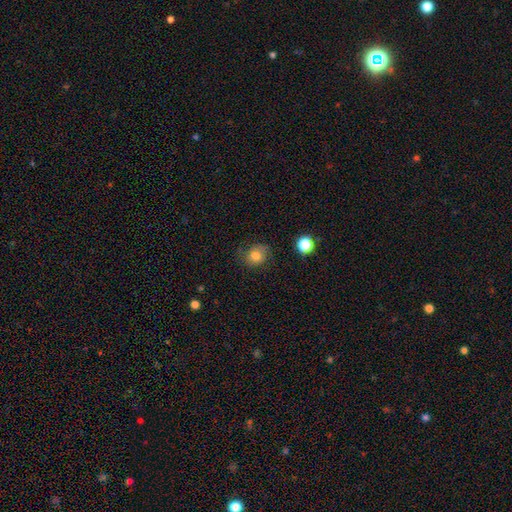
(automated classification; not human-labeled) Q: Smooth or featured?
A: smooth (72%); runner-up: featured or disk (16%)
Q: How rounded?
A: round (70%); runner-up: in between (29%)
Q: Merging?
A: none (69%); runner-up: minor disturbance (21%)